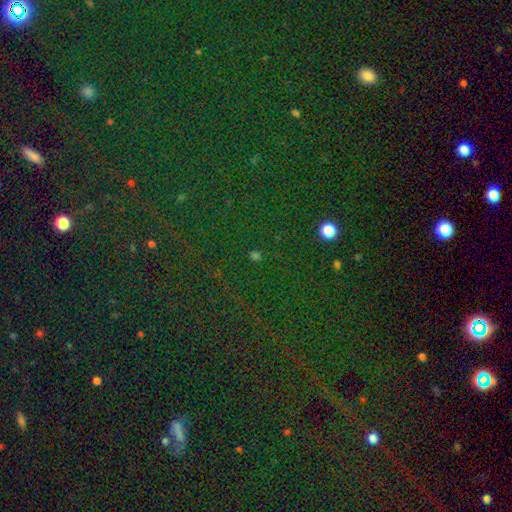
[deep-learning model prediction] This appears to be a star or artifact, not a galaxy (65%).